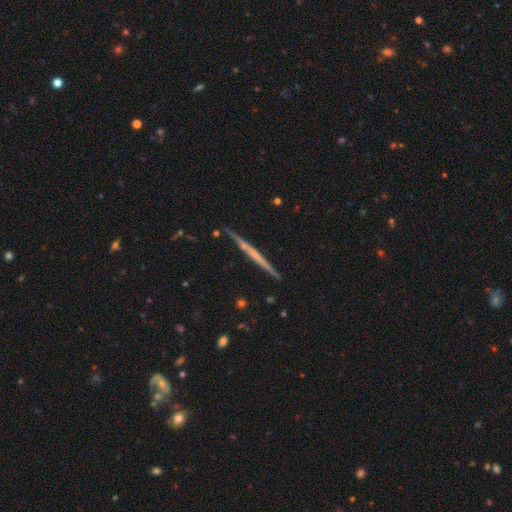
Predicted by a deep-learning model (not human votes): Smooth or featured? featured or disk (65%)
Edge-on disk? yes (98%)
Edge-on bulge? none (80%)
Merging? none (89%)